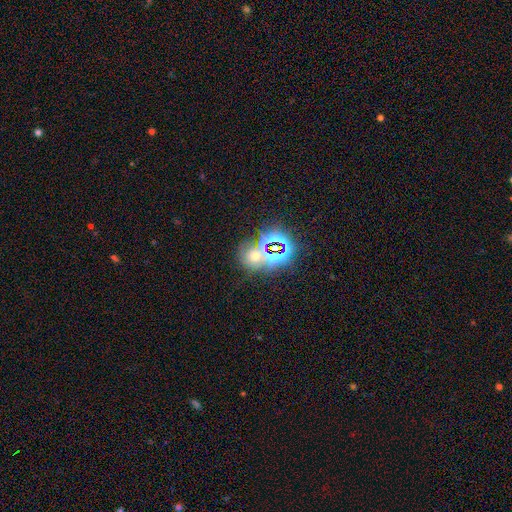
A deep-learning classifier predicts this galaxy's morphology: smooth_or_featured: star or artifact (p=0.53) [alt: smooth p=0.35]